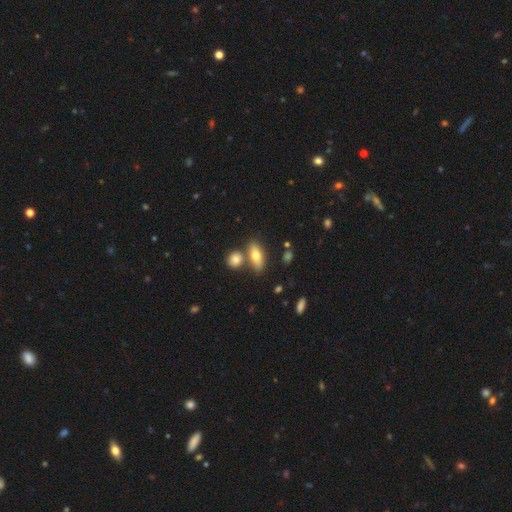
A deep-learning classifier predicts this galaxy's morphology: Smooth or featured?
  - smooth: 65% *
  - featured or disk: 27%
  - star or artifact: 8%
How rounded?
  - in between: 68% *
  - cigar-shaped: 26%
  - round: 5%
Merging?
  - none: 67% *
  - merger: 19%
  - minor disturbance: 11%
  - major disturbance: 3%